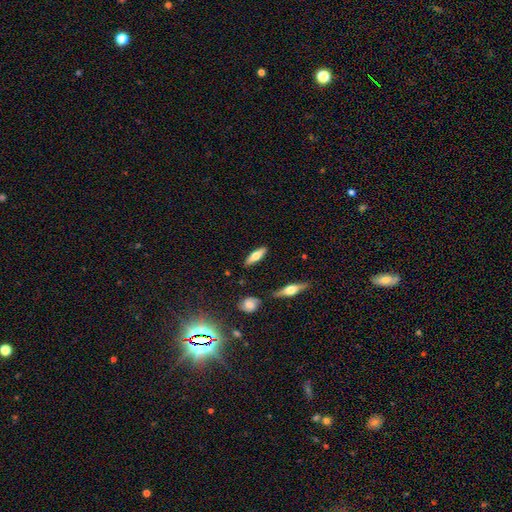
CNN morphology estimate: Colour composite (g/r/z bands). It shows a smooth galaxy with no disk features (59%) that is cigar-shaped (51%). Merging: none (86%).